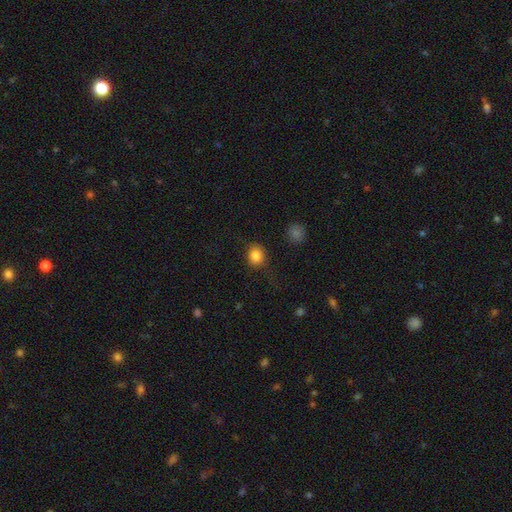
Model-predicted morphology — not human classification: smooth 84%, star or artifact 10%, featured or disk 6%. Down the decision tree: how rounded — round (78%); merging — none (77%).